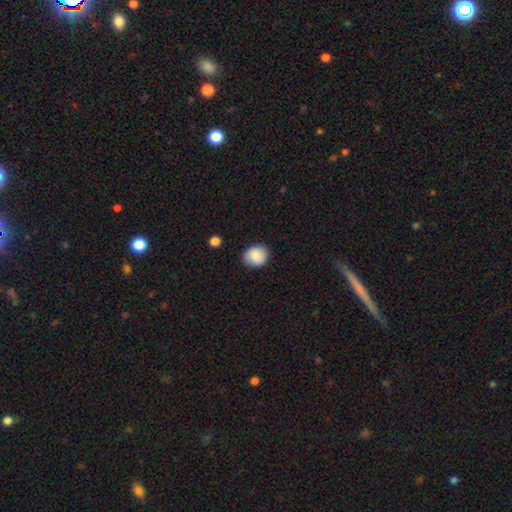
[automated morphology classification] smooth-or-featured: smooth: 87% | star or artifact: 8% | featured or disk: 6%
  how-rounded: round: 71% | in between: 28% | cigar-shaped: 1%
  merging: none: 86% | minor disturbance: 11% | major disturbance: 2% | merger: 1%